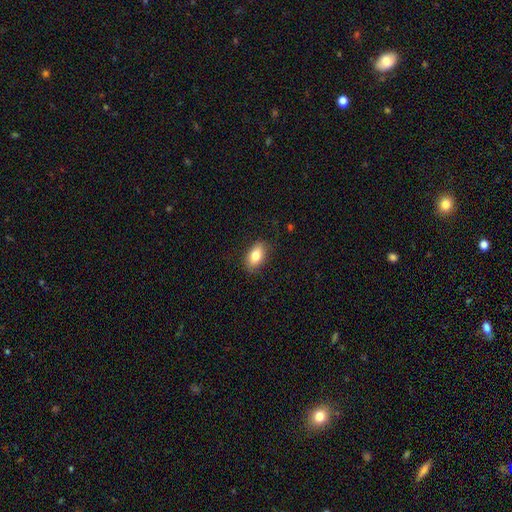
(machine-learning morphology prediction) Smooth or featured? Predicted: smooth (p=0.80). How rounded? Predicted: in between (p=0.88). Merging? Predicted: none (p=0.83).